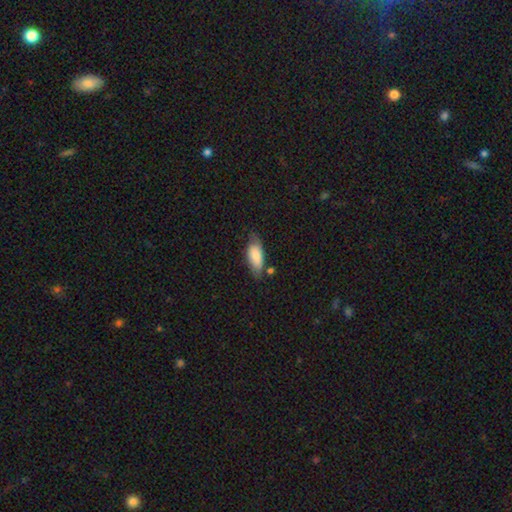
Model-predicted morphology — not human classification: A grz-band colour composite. It shows a smooth galaxy with no disk features (79%) that is in between round and cigar-shaped (83%). Merging: none (61%).